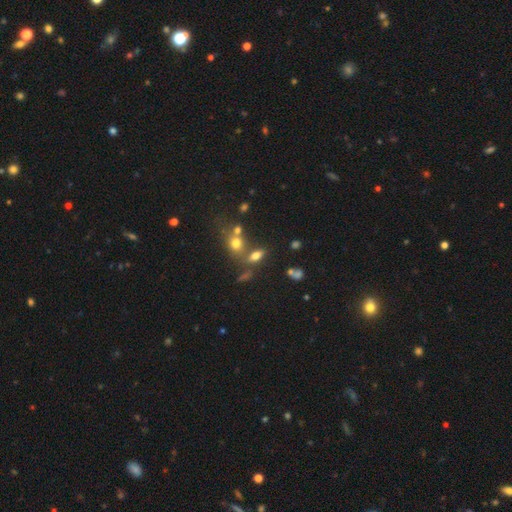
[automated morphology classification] This is likely a smooth galaxy (66%). How rounded: likely in between (74%). Merging: possibly none (54%).